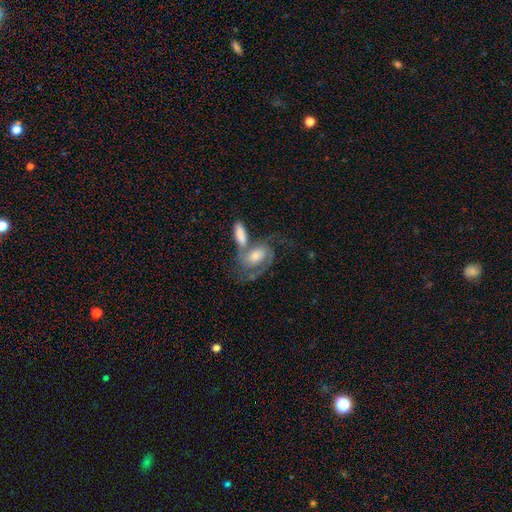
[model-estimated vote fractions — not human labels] This appears to be a featured or disk galaxy (75%) with no bar (57%), 2 (71%) medium (46%) spiral arms (93%) and a moderate central bulge (51%). Merging: merger (44%).